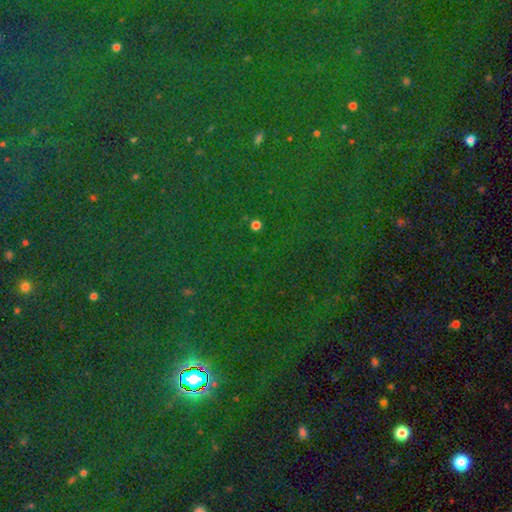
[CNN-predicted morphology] Q: Smooth or featured?
A: star or artifact (82%); runner-up: smooth (11%)